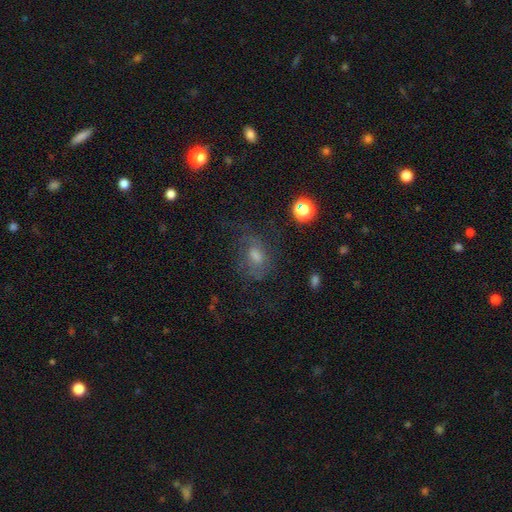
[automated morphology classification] Smooth or featured?
  - featured or disk: 47% *
  - smooth: 34%
  - star or artifact: 20%
Merging?
  - none: 55% *
  - major disturbance: 22%
  - minor disturbance: 20%
  - merger: 2%